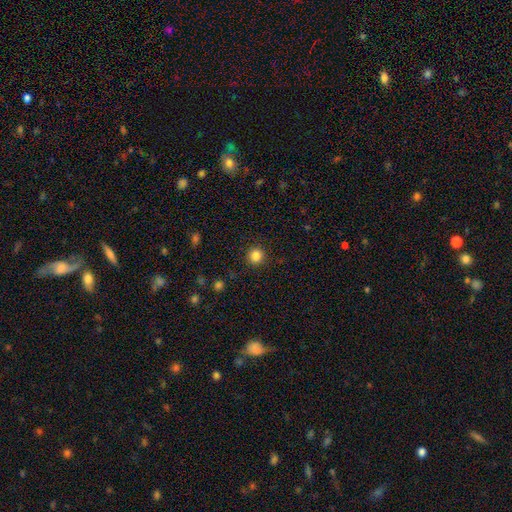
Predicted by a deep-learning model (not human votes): Morphology: type=smooth (85%); roundness=round (93%); merging=none (91%).